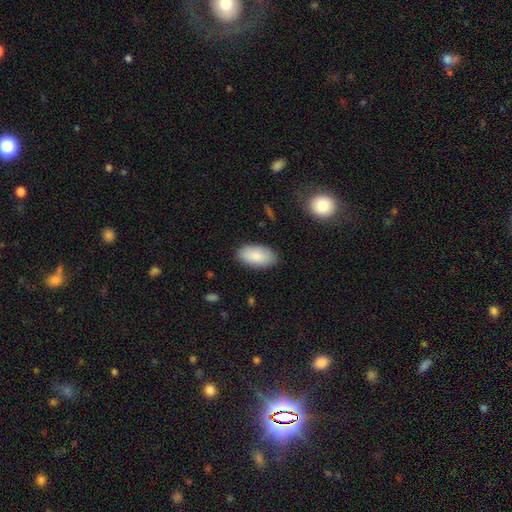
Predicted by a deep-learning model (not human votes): Smooth or featured?
  - smooth: 87% *
  - featured or disk: 7%
  - star or artifact: 6%
How rounded?
  - in between: 95% *
  - round: 3%
  - cigar-shaped: 2%
Merging?
  - none: 86% *
  - minor disturbance: 11%
  - major disturbance: 2%
  - merger: 1%